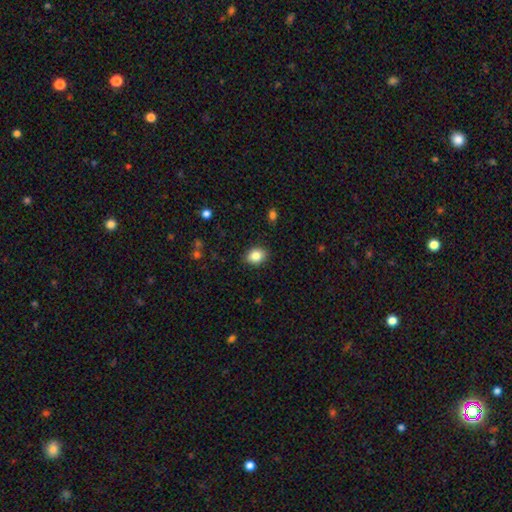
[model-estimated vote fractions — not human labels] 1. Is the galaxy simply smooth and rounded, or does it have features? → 85% smooth, 9% star or artifact, 7% featured or disk.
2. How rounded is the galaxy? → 61% in between, 38% round, 1% cigar-shaped.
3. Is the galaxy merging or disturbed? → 88% none, 9% minor disturbance, 2% major disturbance, 1% merger.